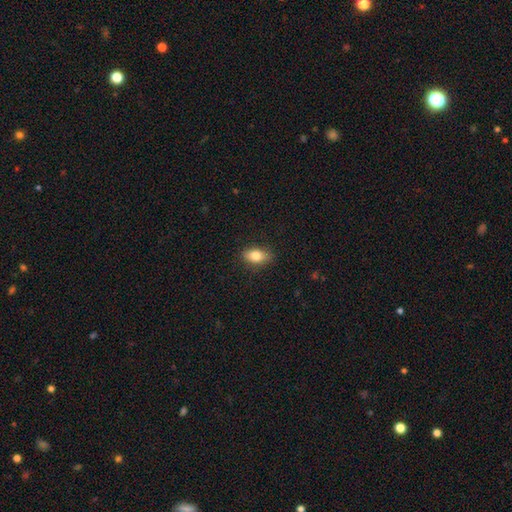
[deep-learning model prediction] This is clearly a smooth galaxy (81%). How rounded: clearly in between (86%). Merging: clearly none (86%).